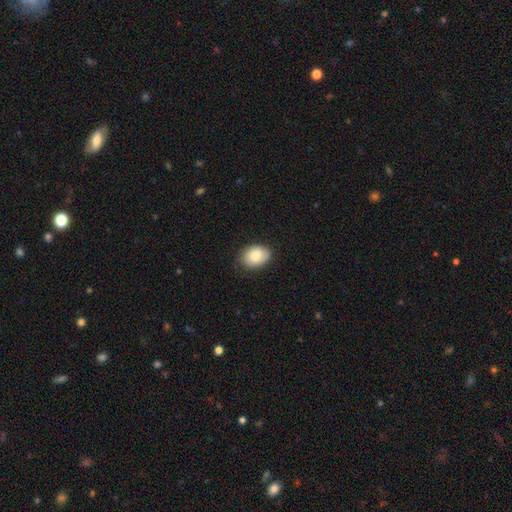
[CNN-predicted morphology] A smooth galaxy with no disk features (81%) that is in between round and cigar-shaped (75%).

Vote fractions:
- Smooth or featured? smooth: 81% / featured or disk: 13% / star or artifact: 7%
- How rounded? in between: 75% / round: 24% / cigar-shaped: 1%
- Merging? none: 76% / minor disturbance: 19% / major disturbance: 4% / merger: 1%